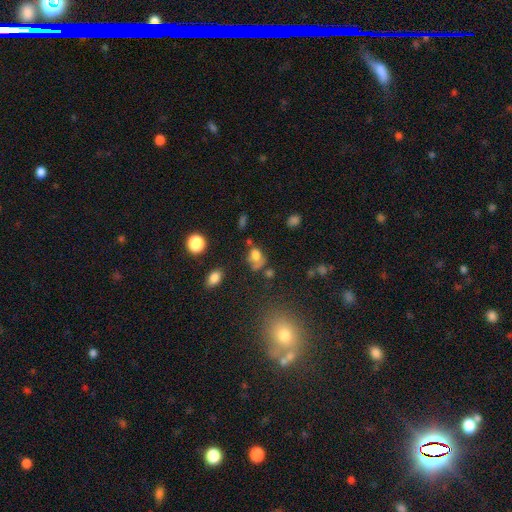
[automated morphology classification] Smooth or featured: smooth — 68% (featured or disk — 17%)
How rounded: in between — 63% (round — 35%)
Merging: none — 37% (minor disturbance — 25%)